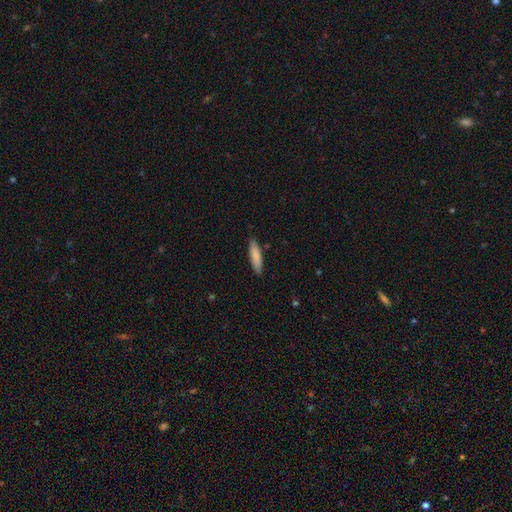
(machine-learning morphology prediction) This is clearly a smooth galaxy (83%). How rounded: likely cigar-shaped (74%). Merging: clearly none (86%).